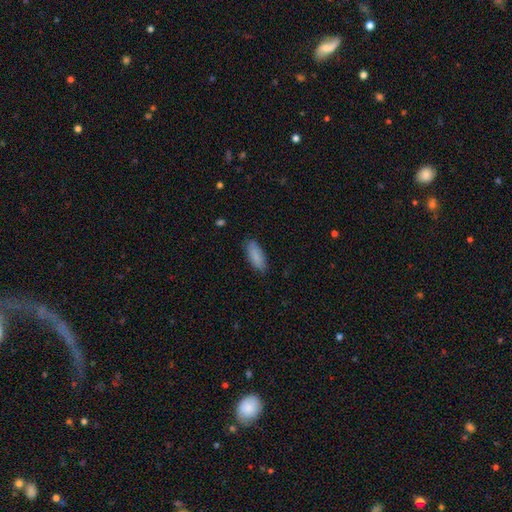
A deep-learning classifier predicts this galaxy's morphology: Smooth or featured: smooth — 87% (featured or disk — 7%)
How rounded: in between — 71% (cigar-shaped — 27%)
Merging: none — 84% (minor disturbance — 13%)